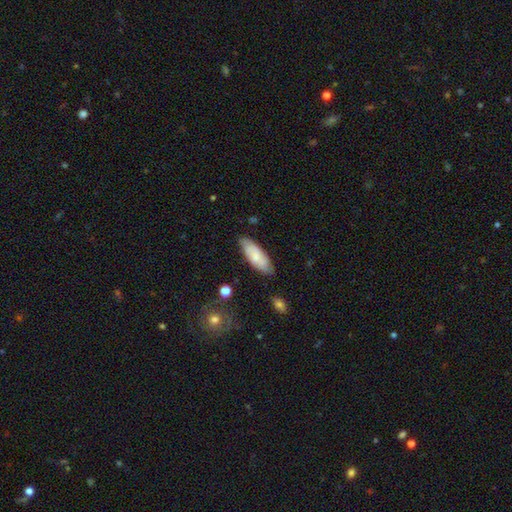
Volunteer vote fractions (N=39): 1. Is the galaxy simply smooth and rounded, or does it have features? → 72% smooth, 26% featured or disk, 3% star or artifact.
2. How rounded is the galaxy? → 86% in between, 14% cigar-shaped, 0% round.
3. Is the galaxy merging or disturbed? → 76% none, 16% minor disturbance, 8% major disturbance, 0% merger.